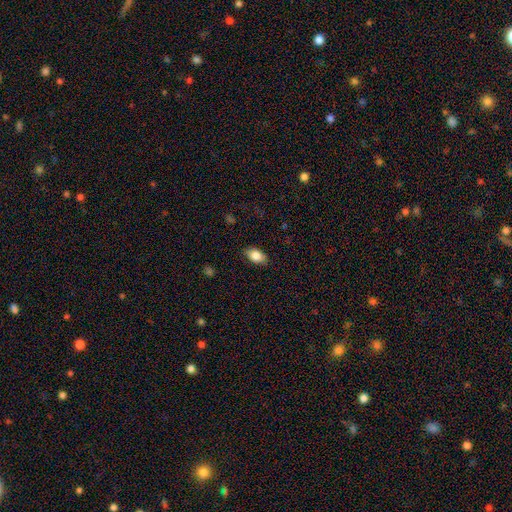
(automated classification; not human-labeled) A smooth galaxy with no disk features (84%) that is in between round and cigar-shaped (91%). Merging: none (85%).